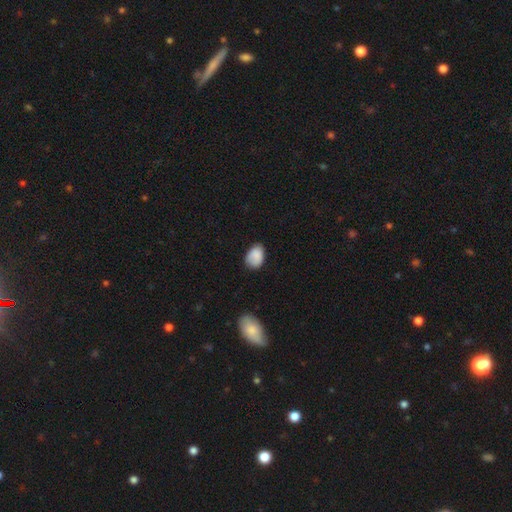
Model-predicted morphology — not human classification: type=smooth (86%); roundness=in between (81%); merging=none (65%).